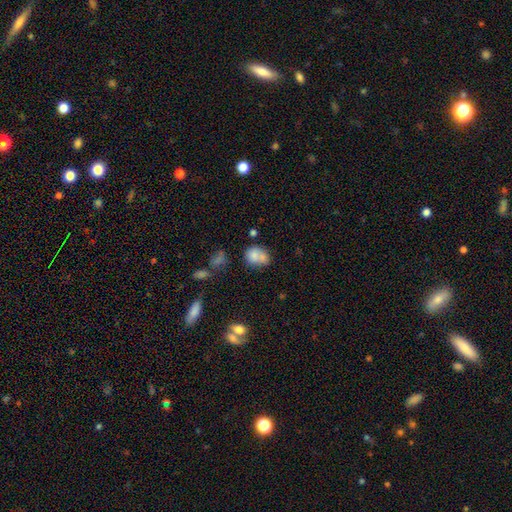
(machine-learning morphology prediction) Smooth or featured?
  - smooth: 77% *
  - featured or disk: 13%
  - star or artifact: 10%
How rounded?
  - in between: 57% *
  - round: 42%
  - cigar-shaped: 1%
Merging?
  - none: 41% *
  - merger: 32%
  - minor disturbance: 19%
  - major disturbance: 7%